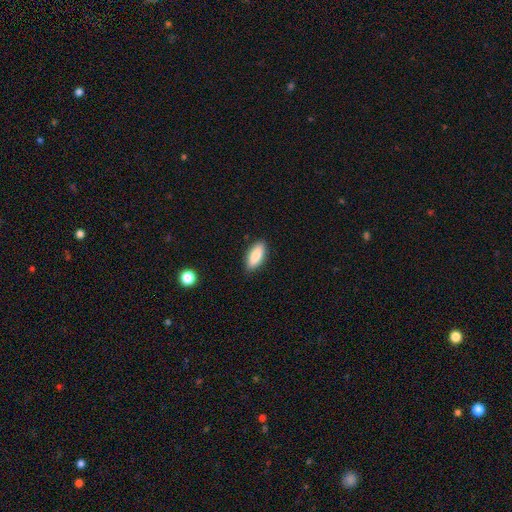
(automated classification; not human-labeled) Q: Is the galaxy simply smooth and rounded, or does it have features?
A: smooth — 86%.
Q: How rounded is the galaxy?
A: in between — 79%.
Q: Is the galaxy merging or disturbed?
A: none — 87%.